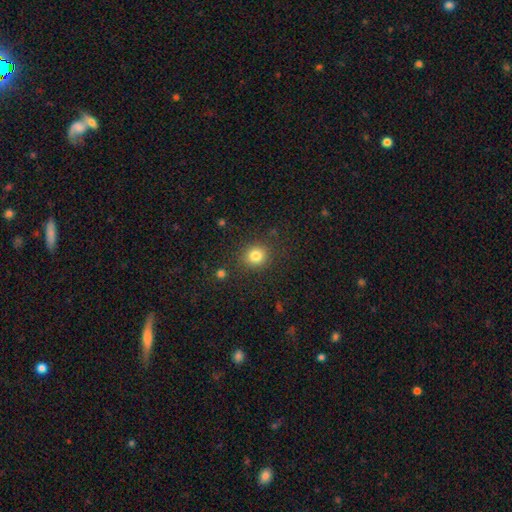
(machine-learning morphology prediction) type=smooth (82%); roundness=round (86%); merging=none (85%).